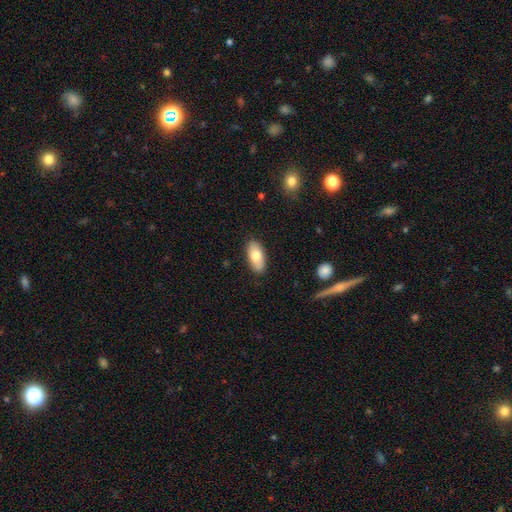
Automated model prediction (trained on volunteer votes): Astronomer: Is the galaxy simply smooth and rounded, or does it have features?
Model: smooth — 76%.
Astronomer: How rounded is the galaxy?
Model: in between — 92%.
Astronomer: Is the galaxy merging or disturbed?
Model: none — 87%.